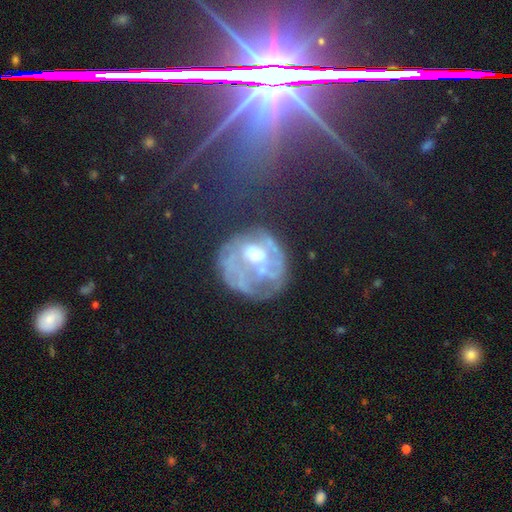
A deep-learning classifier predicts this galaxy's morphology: This appears to be a featured or disk galaxy (61%) with no bar (73%), no spiral arms (64%) and a moderate central bulge (56%). Merging: none (48%).